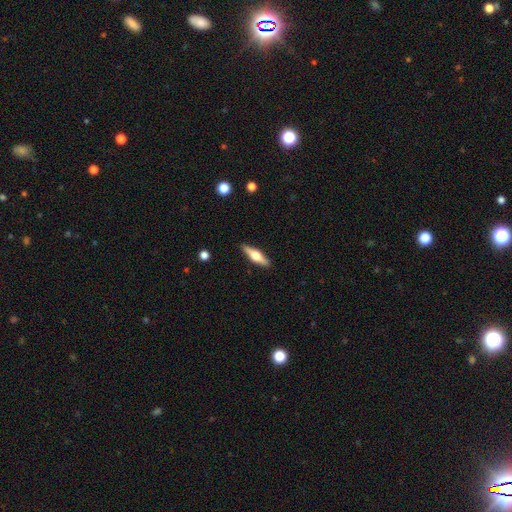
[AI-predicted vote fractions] This is possibly a featured or disk galaxy (57%). It is clearly viewed edge-on (95%). Edge-on bulge: clearly rounded (94%). Merging: clearly none (90%).